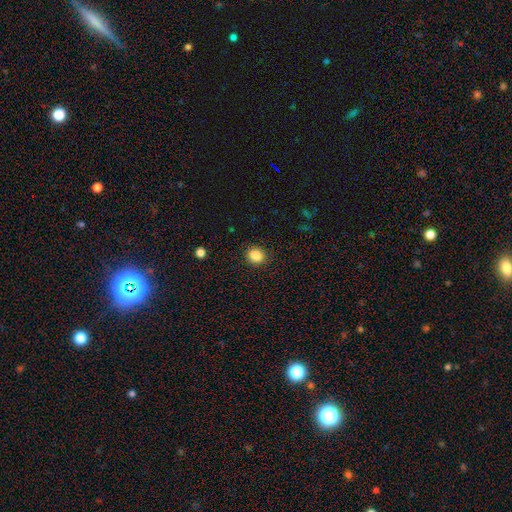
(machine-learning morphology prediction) Q: Smooth or featured?
A: smooth (86%); runner-up: star or artifact (10%)
Q: How rounded?
A: round (73%); runner-up: in between (26%)
Q: Merging?
A: none (90%); runner-up: minor disturbance (7%)